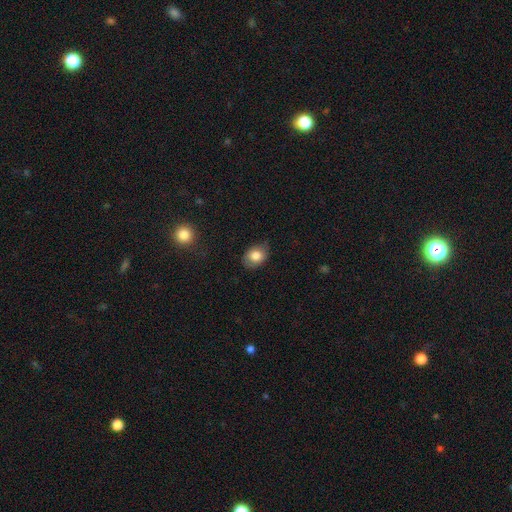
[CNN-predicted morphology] Smooth or featured? smooth (79%)
How rounded? in between (70%)
Merging? none (75%)